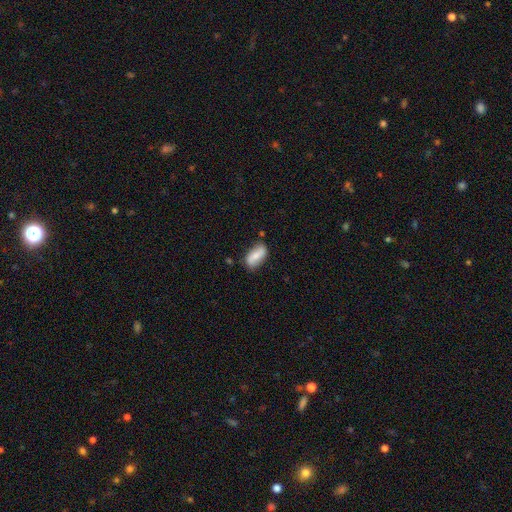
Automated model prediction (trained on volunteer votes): This appears to be a smooth galaxy with no disk features (67%) that is in between round and cigar-shaped (85%). Merging: none (71%).